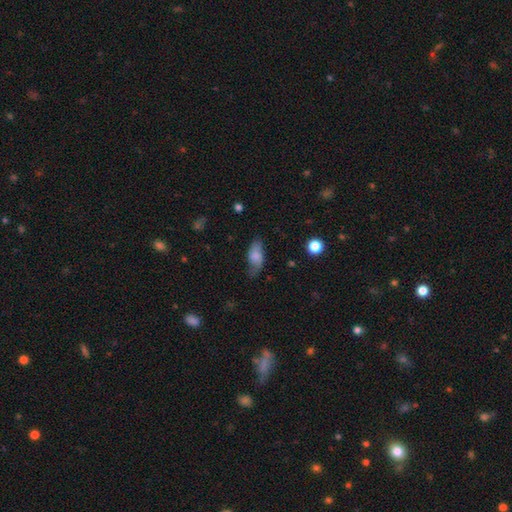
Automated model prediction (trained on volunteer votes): smooth 69%, featured or disk 24%, star or artifact 8%. Down the decision tree: how rounded — in between (87%); merging — none (60%).